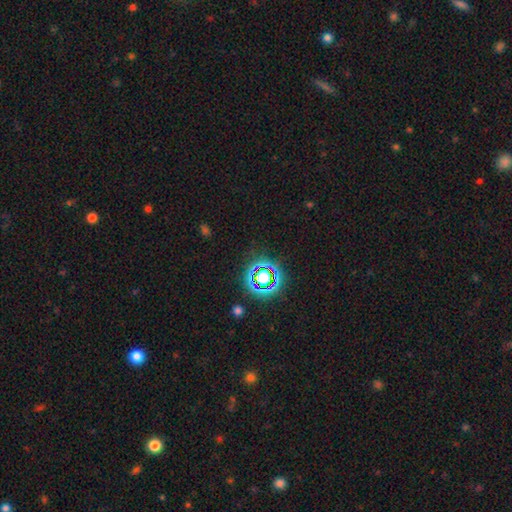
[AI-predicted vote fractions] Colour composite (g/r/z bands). It shows a star or artifact, not a galaxy (74%).